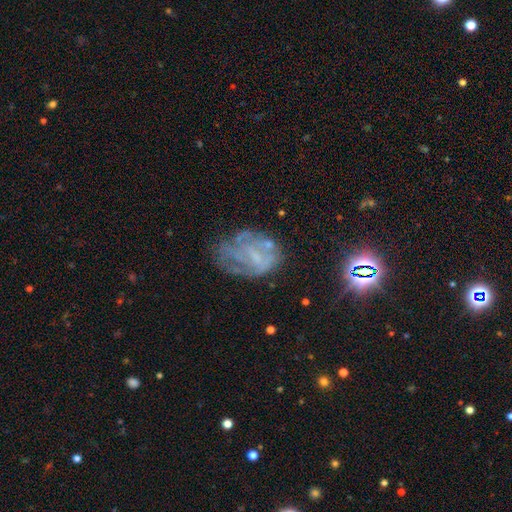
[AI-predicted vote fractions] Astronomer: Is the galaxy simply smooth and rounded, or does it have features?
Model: featured or disk — 61%.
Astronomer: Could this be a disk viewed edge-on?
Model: no — 97%.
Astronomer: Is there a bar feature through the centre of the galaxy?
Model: no — 60%.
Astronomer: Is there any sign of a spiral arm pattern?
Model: no — 54% (runner-up: yes, 46%).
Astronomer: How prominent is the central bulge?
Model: none — 51% (runner-up: small, 33%).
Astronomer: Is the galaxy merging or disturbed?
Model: none — 46% (runner-up: minor disturbance, 26%).